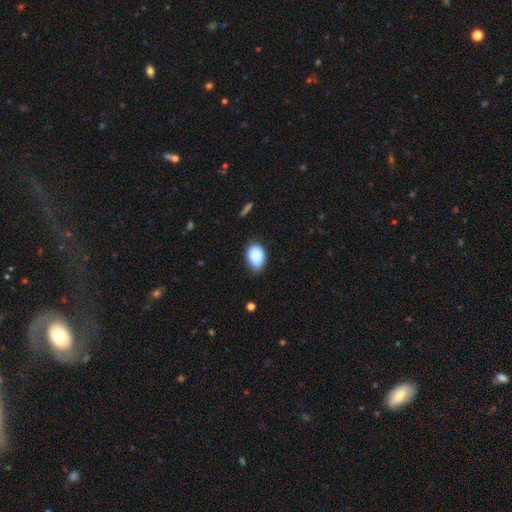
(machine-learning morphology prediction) Smooth or featured: smooth — 87% (star or artifact — 7%)
How rounded: in between — 82% (round — 17%)
Merging: none — 65% (minor disturbance — 28%)